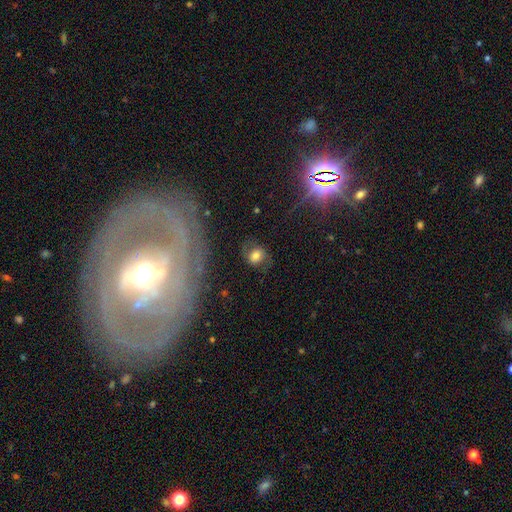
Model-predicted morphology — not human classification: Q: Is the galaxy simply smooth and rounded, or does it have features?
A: smooth — 54%.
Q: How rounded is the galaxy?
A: round — 65%.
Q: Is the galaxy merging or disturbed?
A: none — 67%.